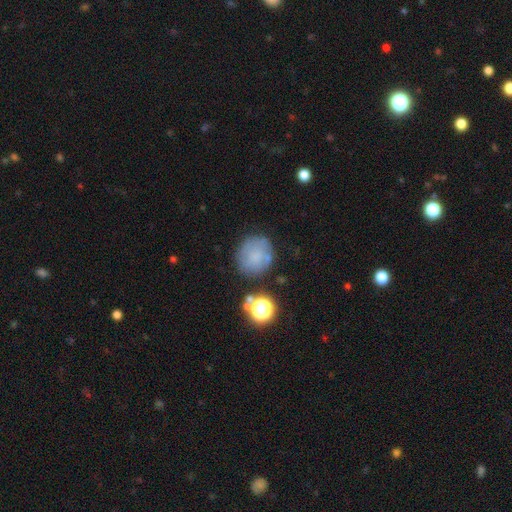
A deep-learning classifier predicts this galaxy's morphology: A smooth galaxy with no disk features (69%) that is round (84%).

Vote fractions:
- Smooth or featured? smooth: 69% / featured or disk: 18% / star or artifact: 13%
- How rounded? round: 84% / in between: 15% / cigar-shaped: 1%
- Merging? none: 68% / minor disturbance: 18% / major disturbance: 7% / merger: 7%